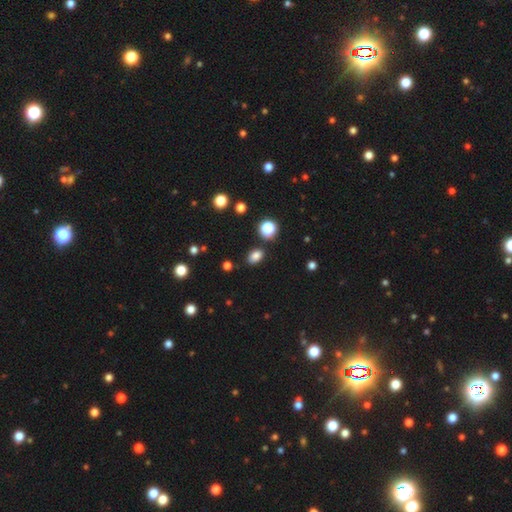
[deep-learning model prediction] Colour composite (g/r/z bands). It shows a smooth galaxy with no disk features (82%) that is in between round and cigar-shaped (79%). Merging: none (83%).